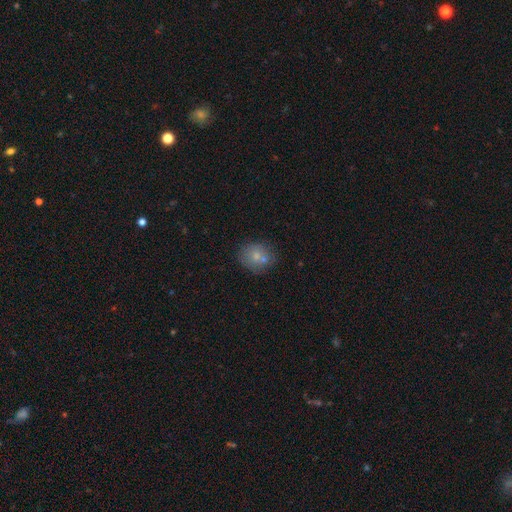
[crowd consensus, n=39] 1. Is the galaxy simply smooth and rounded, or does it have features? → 77% smooth, 13% featured or disk, 10% star or artifact.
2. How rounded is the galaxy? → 80% round, 20% in between, 0% cigar-shaped.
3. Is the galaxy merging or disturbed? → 54% none, 29% merger, 14% minor disturbance, 3% major disturbance.